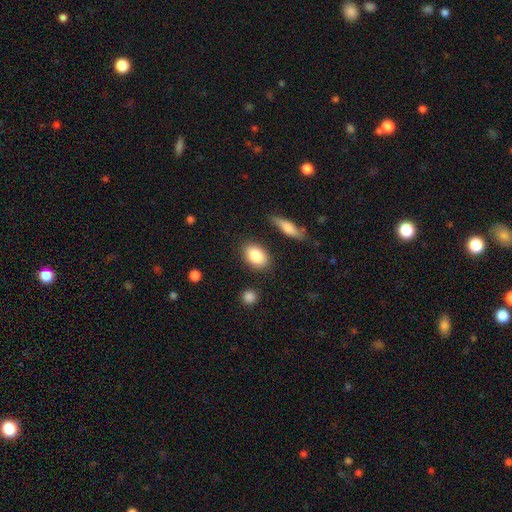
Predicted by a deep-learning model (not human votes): Q: Smooth or featured?
A: smooth (85%); runner-up: featured or disk (8%)
Q: How rounded?
A: in between (84%); runner-up: round (13%)
Q: Merging?
A: none (83%); runner-up: minor disturbance (11%)